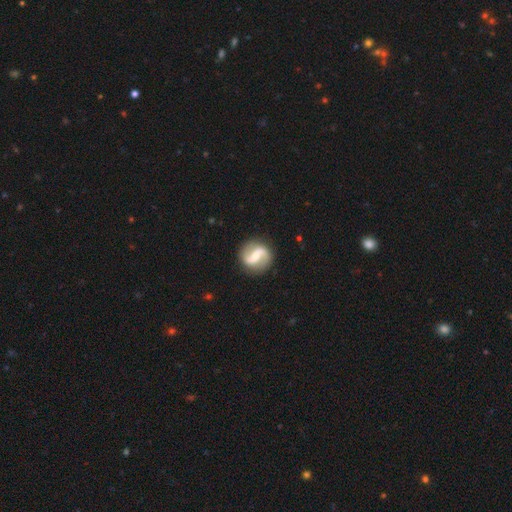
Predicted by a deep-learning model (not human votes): Smooth or featured?
  - featured or disk: 83% *
  - smooth: 12%
  - star or artifact: 5%
Edge-on disk?
  - no: 98% *
  - yes: 2%
Bar?
  - weak: 42% *
  - strong: 38%
  - no: 21%
Spiral arms?
  - yes: 94% *
  - no: 6%
Spiral winding?
  - loose: 53% *
  - medium: 36%
  - tight: 12%
Spiral arm count?
  - 2: 93% *
  - can't tell: 2%
  - 1: 2%
  - 3: 1%
  - 4: 1%
  - more than 4: 1%
Bulge size?
  - small: 47% *
  - moderate: 41%
  - none: 6%
  - large: 4%
  - dominant: 1%
Merging?
  - none: 87% *
  - minor disturbance: 9%
  - major disturbance: 3%
  - merger: 1%